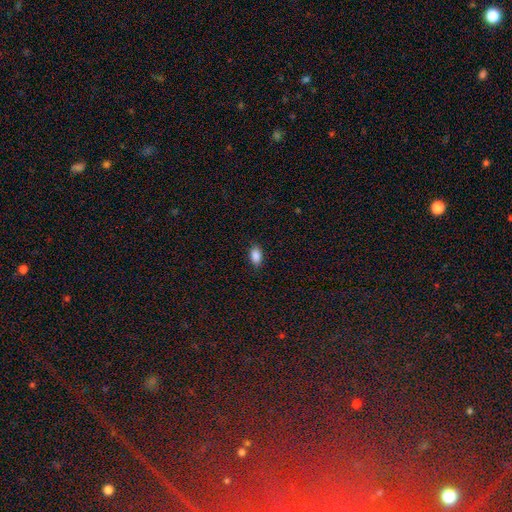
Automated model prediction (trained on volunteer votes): This is clearly a smooth galaxy (88%). How rounded: clearly in between (91%). Merging: clearly none (88%).